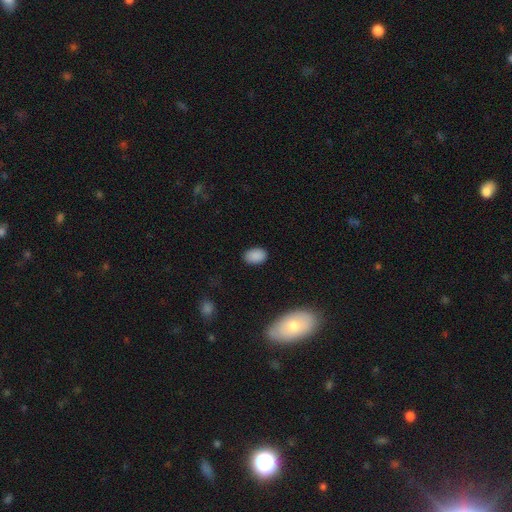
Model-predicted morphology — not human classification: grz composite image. It shows a smooth galaxy with no disk features (88%) that is in between round and cigar-shaped (87%). Merging: none (87%).